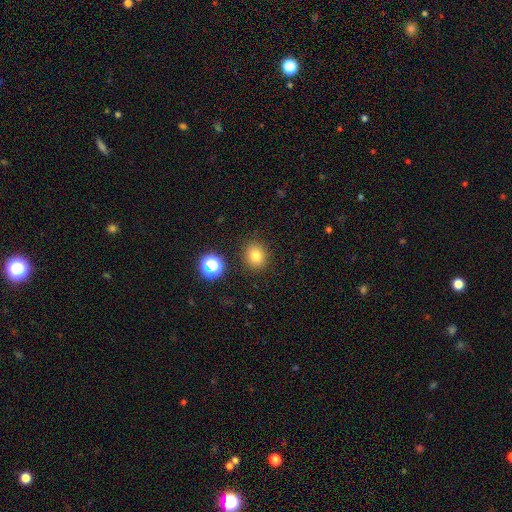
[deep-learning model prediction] Smooth or featured? Predicted: smooth (p=0.78). How rounded? Predicted: round (p=0.79). Merging? Predicted: none (p=0.87).